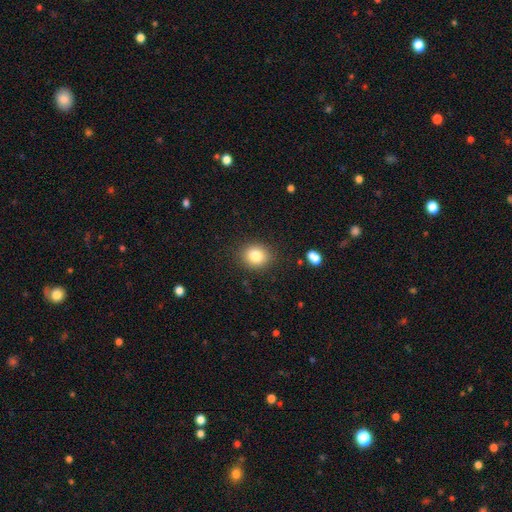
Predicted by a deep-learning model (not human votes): smooth_or_featured: smooth (p=0.82) [alt: star or artifact p=0.11]
how_rounded: round (p=0.75) [alt: in between p=0.24]
merging: none (p=0.88) [alt: minor disturbance p=0.08]